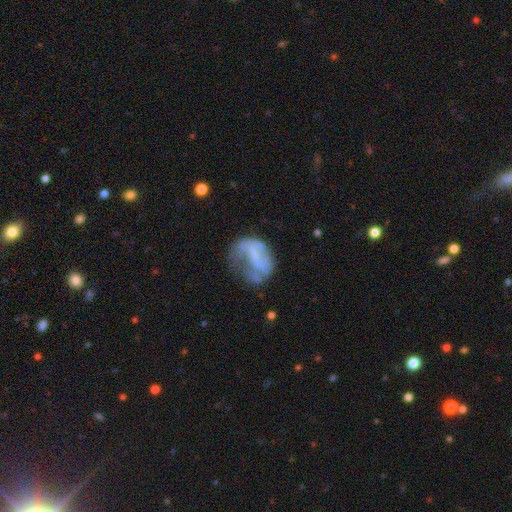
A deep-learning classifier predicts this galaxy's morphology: Q: Smooth or featured?
A: featured or disk (56%); runner-up: smooth (33%)
Q: Edge-on disk?
A: no (97%); runner-up: yes (3%)
Q: Bar?
A: no (63%); runner-up: weak (26%)
Q: Spiral arms?
A: no (66%); runner-up: yes (34%)
Q: Bulge size?
A: none (59%); runner-up: small (24%)
Q: Merging?
A: major disturbance (39%); runner-up: none (32%)